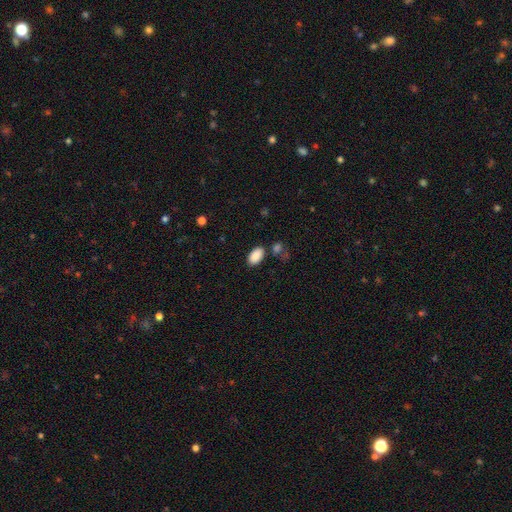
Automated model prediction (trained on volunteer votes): This appears to be a smooth galaxy with no disk features (89%) that is in between round and cigar-shaped (94%). Merging: none (78%).